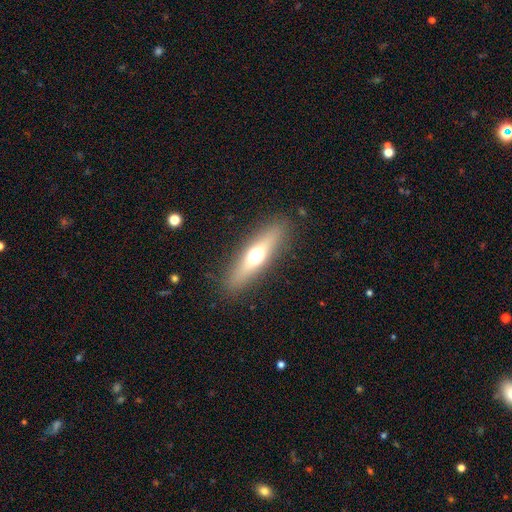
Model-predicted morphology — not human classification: Smooth or featured? smooth (46%)
Merging? none (88%)